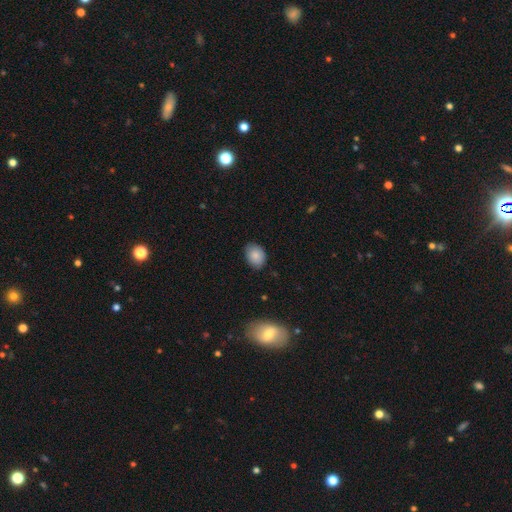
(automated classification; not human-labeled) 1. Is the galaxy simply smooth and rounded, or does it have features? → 86% smooth, 8% star or artifact, 6% featured or disk.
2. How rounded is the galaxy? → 72% in between, 27% round, 1% cigar-shaped.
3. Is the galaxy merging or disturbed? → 82% none, 14% minor disturbance, 2% major disturbance, 1% merger.